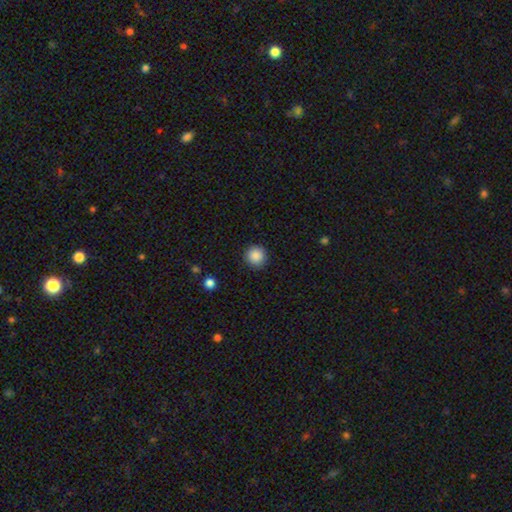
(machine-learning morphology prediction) A smooth galaxy with no disk features (87%) that is round (95%).

Vote fractions:
- Smooth or featured? smooth: 87% / star or artifact: 9% / featured or disk: 4%
- How rounded? round: 95% / in between: 4% / cigar-shaped: 1%
- Merging? none: 91% / minor disturbance: 6% / major disturbance: 2% / merger: 1%